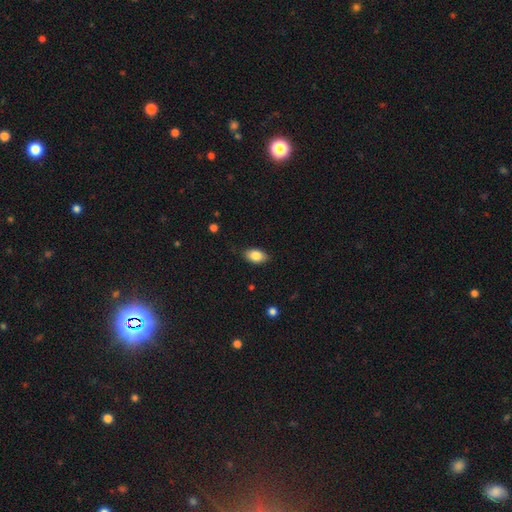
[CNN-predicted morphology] smooth-or-featured: smooth: 85% | featured or disk: 8% | star or artifact: 7%
  how-rounded: in between: 90% | round: 9% | cigar-shaped: 2%
  merging: none: 83% | minor disturbance: 14% | major disturbance: 3% | merger: 1%